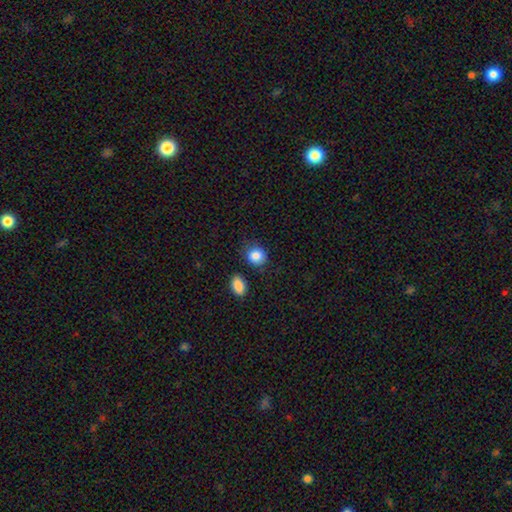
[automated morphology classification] type=smooth (87%); roundness=round (73%); merging=none (76%).